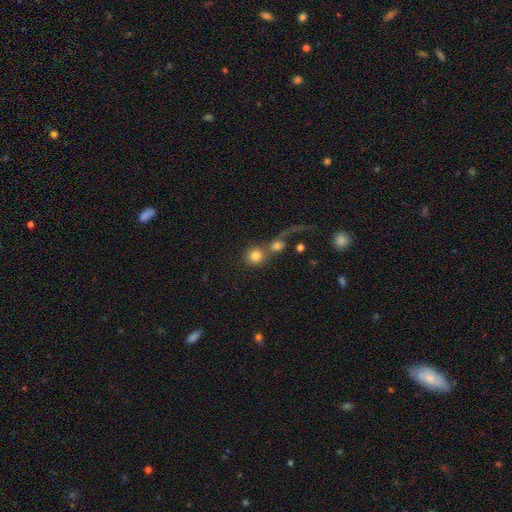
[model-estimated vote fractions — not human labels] This appears to be a smooth galaxy with no disk features (80%) that is round (90%). Merging: merger (43%).